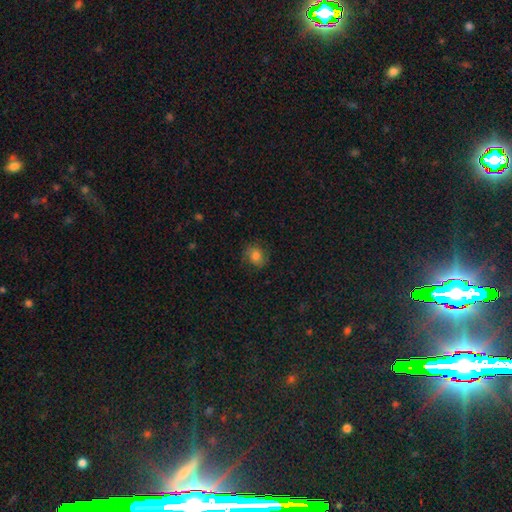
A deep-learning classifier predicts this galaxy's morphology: A smooth galaxy with no disk features (74%) that is round (66%). Merging: none (76%).